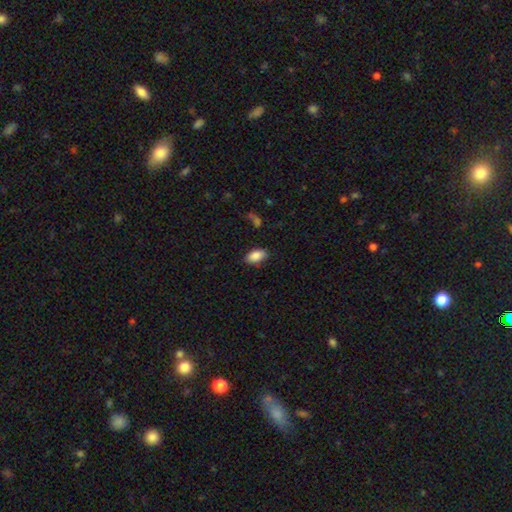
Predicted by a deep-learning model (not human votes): A smooth galaxy with no disk features (87%) that is in between round and cigar-shaped (93%).

Vote fractions:
- Smooth or featured? smooth: 87% / star or artifact: 7% / featured or disk: 5%
- How rounded? in between: 93% / round: 4% / cigar-shaped: 3%
- Merging? none: 84% / minor disturbance: 12% / major disturbance: 3% / merger: 2%